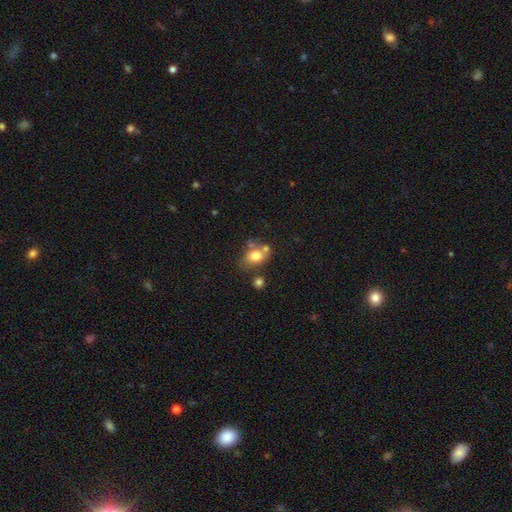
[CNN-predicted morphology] Smooth or featured? Predicted: smooth (p=0.74). How rounded? Predicted: in between (p=0.60). Merging? Predicted: none (p=0.49).